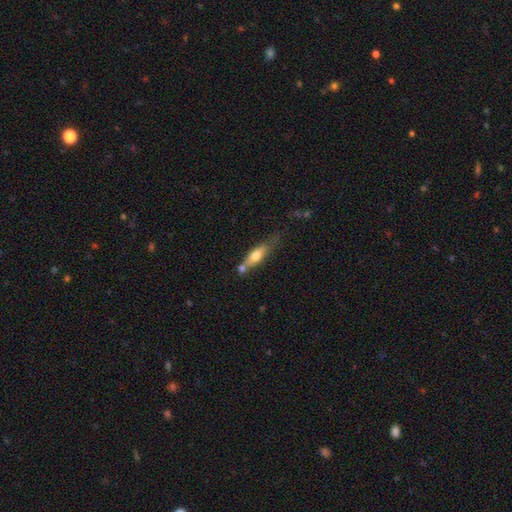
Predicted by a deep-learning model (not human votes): Morphology: type=smooth (61%); roundness=cigar-shaped (52%); merging=none (45%).